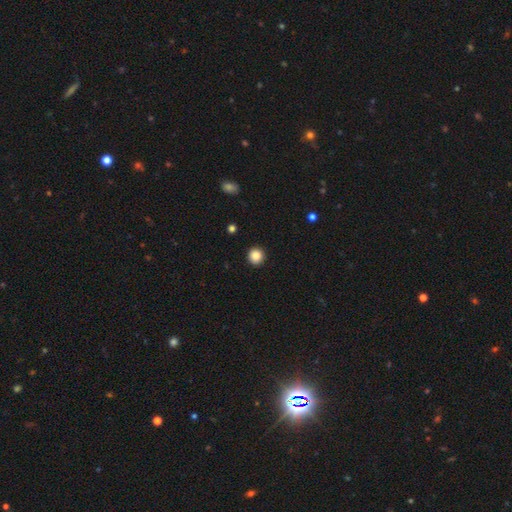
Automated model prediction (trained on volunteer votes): smooth-or-featured: smooth: 87% | star or artifact: 10% | featured or disk: 3%
  how-rounded: round: 95% | in between: 4% | cigar-shaped: 1%
  merging: none: 93% | minor disturbance: 5% | major disturbance: 2% | merger: 1%